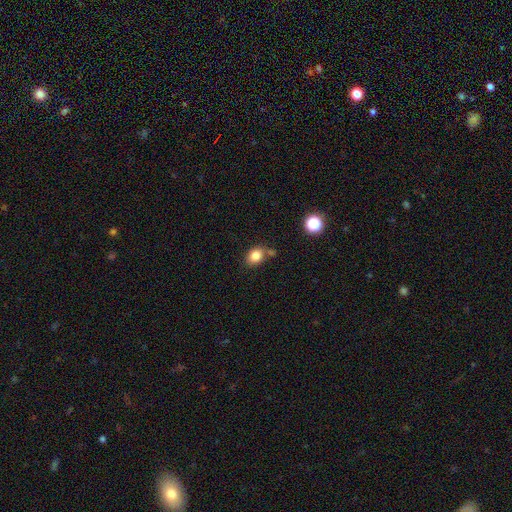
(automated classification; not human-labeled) smooth_or_featured: smooth (p=0.83) [alt: star or artifact p=0.10]
how_rounded: in between (p=0.64) [alt: round p=0.35]
merging: none (p=0.66) [alt: minor disturbance p=0.17]